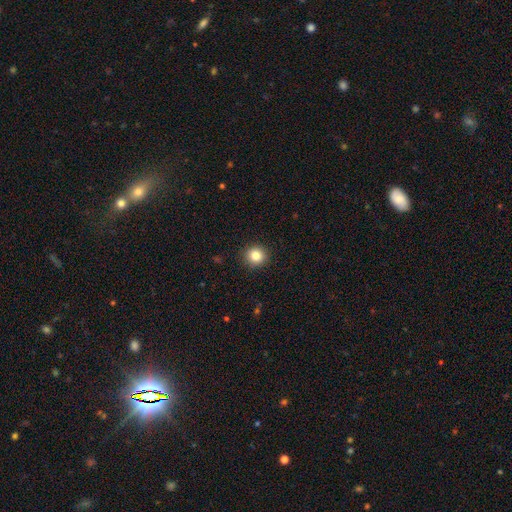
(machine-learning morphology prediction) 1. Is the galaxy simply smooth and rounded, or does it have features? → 84% smooth, 10% star or artifact, 6% featured or disk.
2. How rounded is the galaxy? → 91% round, 8% in between, 1% cigar-shaped.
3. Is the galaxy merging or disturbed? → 91% none, 6% minor disturbance, 2% major disturbance, 1% merger.